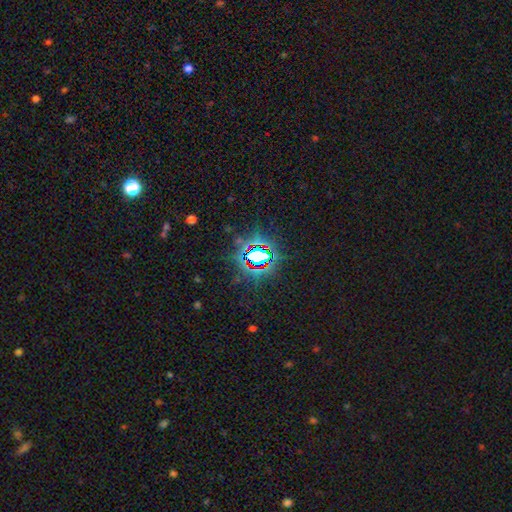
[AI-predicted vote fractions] This appears to be a star or artifact, not a galaxy (77%).